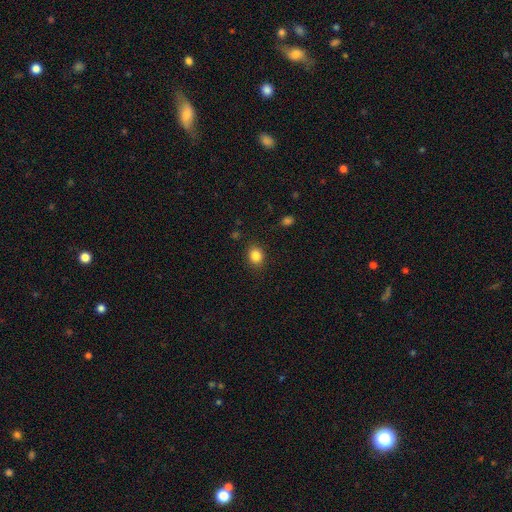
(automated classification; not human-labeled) smooth_or_featured: smooth (p=0.85) [alt: star or artifact p=0.11]
how_rounded: round (p=0.64) [alt: in between p=0.35]
merging: none (p=0.88) [alt: minor disturbance p=0.08]